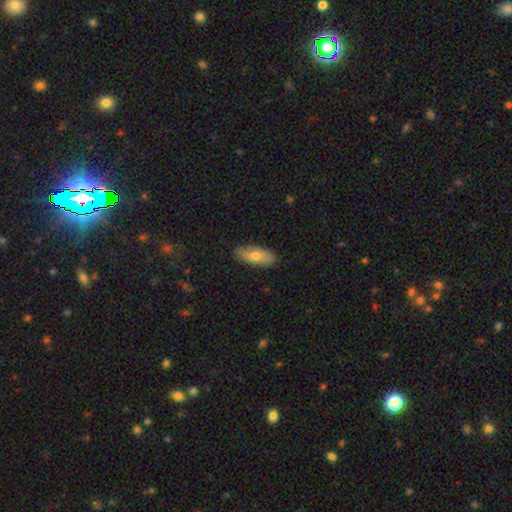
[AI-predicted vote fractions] Smooth or featured: smooth — 71% (featured or disk — 23%)
How rounded: in between — 80% (cigar-shaped — 18%)
Merging: none — 85% (minor disturbance — 12%)